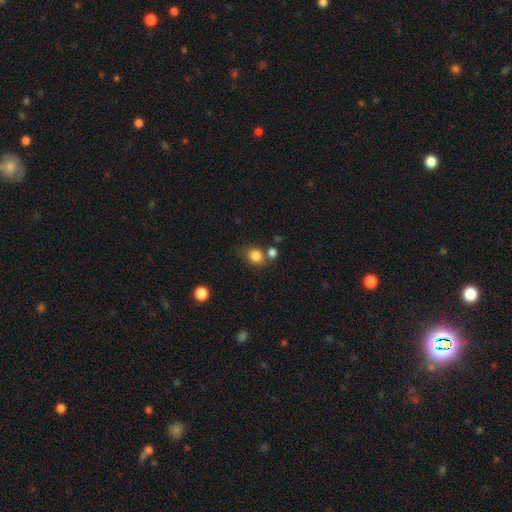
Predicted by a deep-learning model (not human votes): Morphology: type=smooth (84%); roundness=round (71%); merging=none (61%).